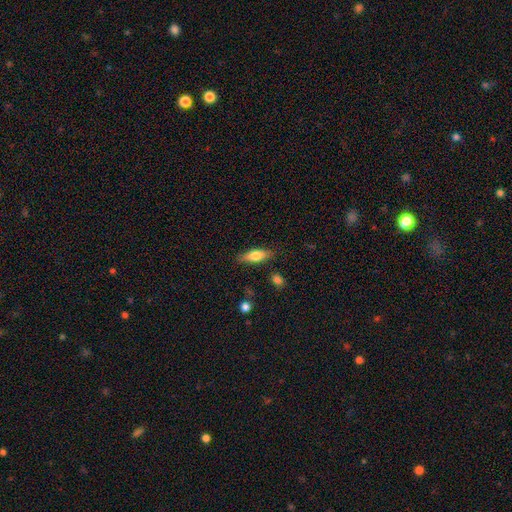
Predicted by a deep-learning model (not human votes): A smooth galaxy with no disk features (73%) that is in between round and cigar-shaped (62%). Merging: none (82%).